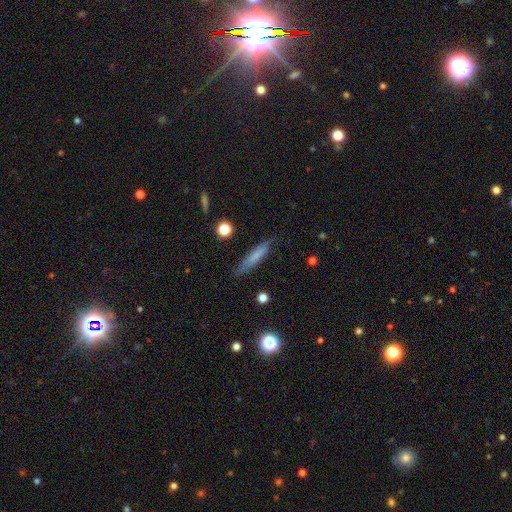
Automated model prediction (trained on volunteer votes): smooth_or_featured: smooth (p=0.67) [alt: featured or disk p=0.26]
how_rounded: cigar-shaped (p=0.86) [alt: in between p=0.12]
merging: none (p=0.79) [alt: minor disturbance p=0.16]